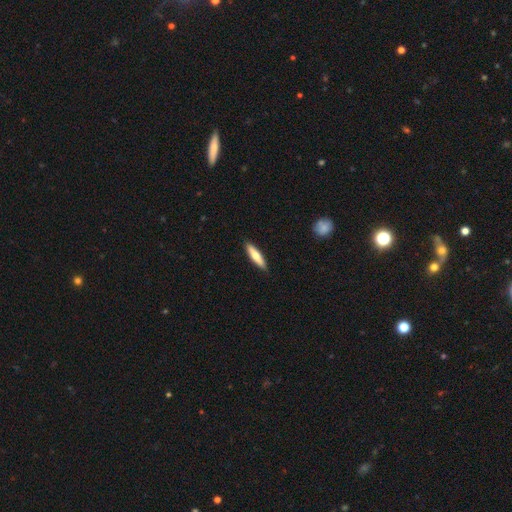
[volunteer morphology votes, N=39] Smooth or featured: smooth — 59% (featured or disk — 36%)
How rounded: cigar-shaped — 78% (in between — 17%)
Merging: none — 92% (minor disturbance — 8%)